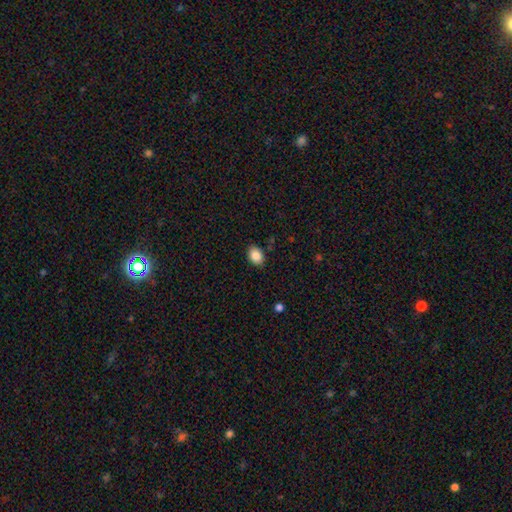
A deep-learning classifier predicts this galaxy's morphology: type=smooth (87%); roundness=in between (75%); merging=none (87%).